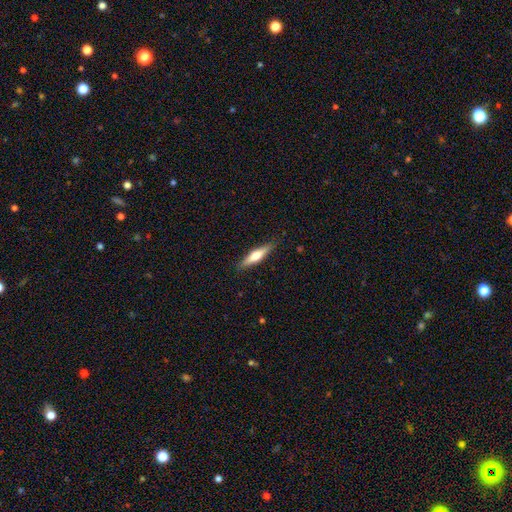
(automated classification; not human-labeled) Smooth or featured?
  - featured or disk: 48% *
  - smooth: 47%
  - star or artifact: 5%
Merging?
  - none: 88% *
  - minor disturbance: 9%
  - major disturbance: 2%
  - merger: 1%